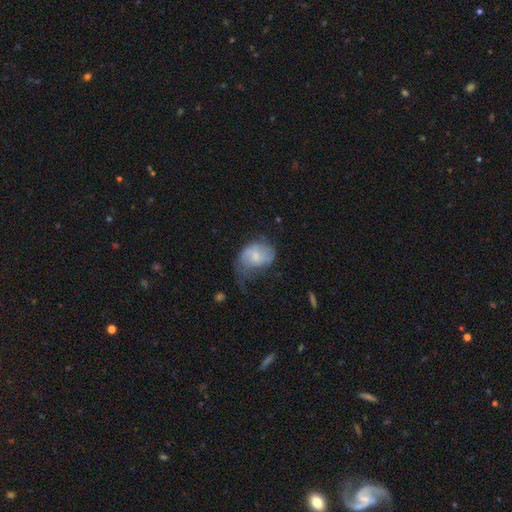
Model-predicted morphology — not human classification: Q: Smooth or featured?
A: smooth (55%); runner-up: featured or disk (37%)
Q: How rounded?
A: in between (67%); runner-up: round (32%)
Q: Merging?
A: major disturbance (38%); runner-up: minor disturbance (33%)